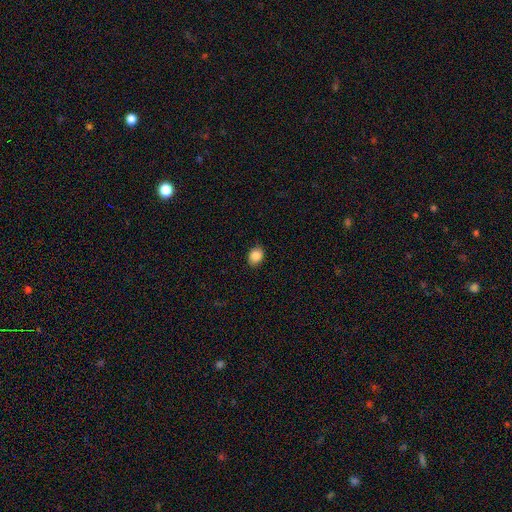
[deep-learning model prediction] smooth-or-featured: smooth: 86% | star or artifact: 9% | featured or disk: 5%
  how-rounded: in between: 59% | round: 40% | cigar-shaped: 1%
  merging: none: 85% | minor disturbance: 12% | major disturbance: 2% | merger: 1%